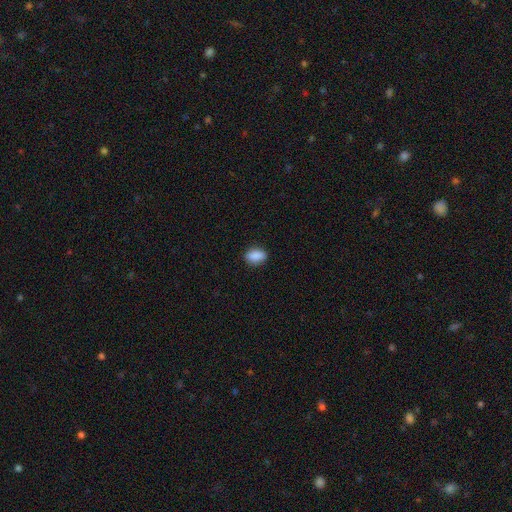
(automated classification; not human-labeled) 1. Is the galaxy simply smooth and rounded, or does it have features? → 89% smooth, 8% star or artifact, 3% featured or disk.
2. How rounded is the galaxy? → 85% in between, 12% round, 2% cigar-shaped.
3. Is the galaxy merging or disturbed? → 87% none, 10% minor disturbance, 2% major disturbance, 1% merger.